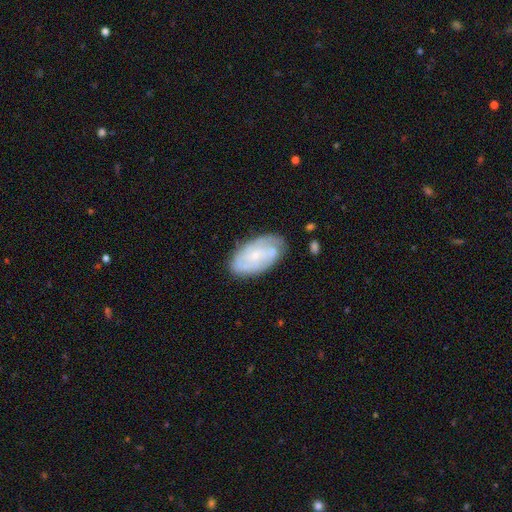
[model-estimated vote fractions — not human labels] Smooth or featured?
  - featured or disk: 62% *
  - smooth: 32%
  - star or artifact: 7%
Edge-on disk?
  - no: 95% *
  - yes: 5%
Bar?
  - no: 70% *
  - weak: 25%
  - strong: 5%
Spiral arms?
  - yes: 79% *
  - no: 21%
Bulge size?
  - small: 70% *
  - moderate: 21%
  - none: 6%
  - large: 2%
  - dominant: 1%
Merging?
  - none: 71% *
  - minor disturbance: 21%
  - major disturbance: 6%
  - merger: 3%